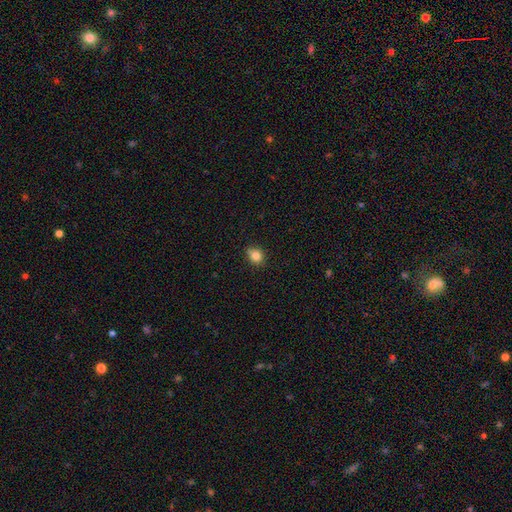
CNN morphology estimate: Smooth or featured?
  - smooth: 83% *
  - star or artifact: 11%
  - featured or disk: 6%
How rounded?
  - round: 56% *
  - in between: 43%
  - cigar-shaped: 1%
Merging?
  - none: 82% *
  - minor disturbance: 14%
  - major disturbance: 2%
  - merger: 1%